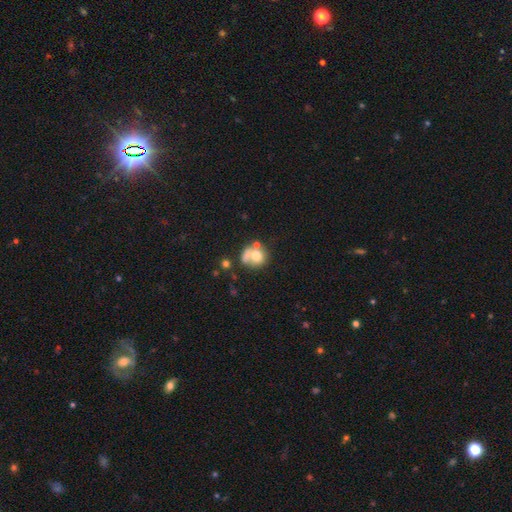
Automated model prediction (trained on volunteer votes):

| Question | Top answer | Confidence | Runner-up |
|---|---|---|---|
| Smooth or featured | smooth | 64% | featured or disk (26%) |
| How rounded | round | 75% | in between (24%) |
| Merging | merger | 34% | tied: none (34%) |